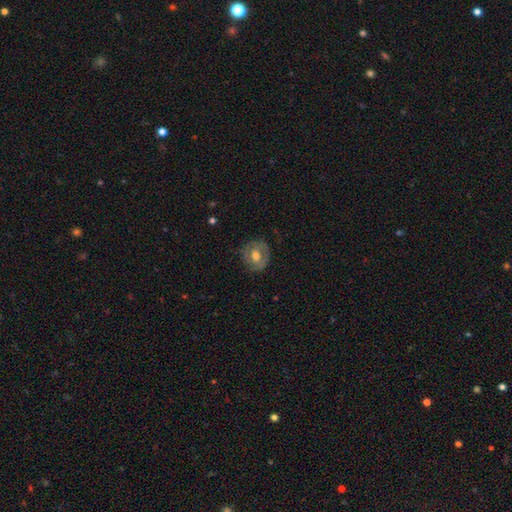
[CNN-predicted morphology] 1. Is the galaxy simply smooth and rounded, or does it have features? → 49% smooth, 44% featured or disk, 7% star or artifact.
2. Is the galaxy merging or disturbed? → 77% none, 17% minor disturbance, 5% major disturbance, 1% merger.